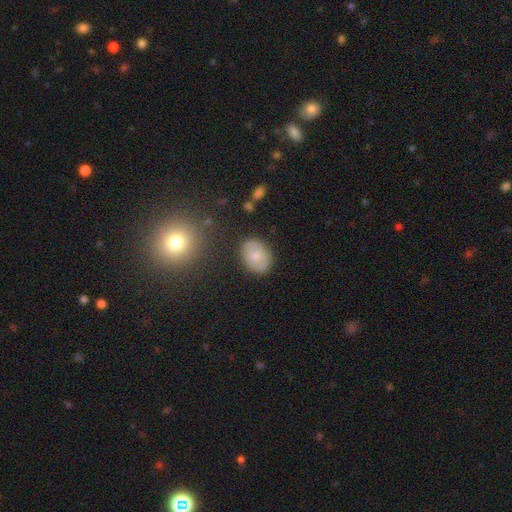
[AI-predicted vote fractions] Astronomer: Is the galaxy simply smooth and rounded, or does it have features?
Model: smooth — 67%.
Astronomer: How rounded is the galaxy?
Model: in between — 75%.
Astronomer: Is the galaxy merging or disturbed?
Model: none — 82%.